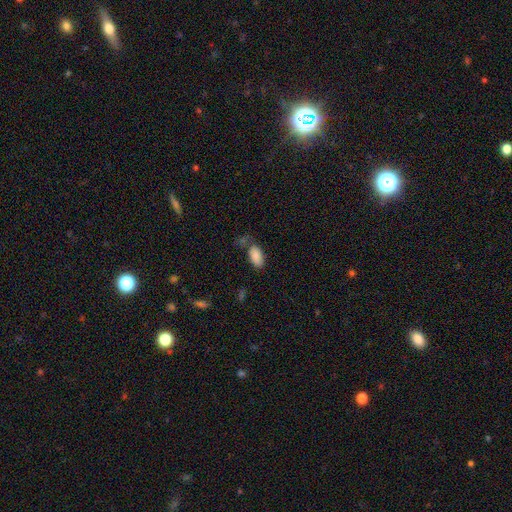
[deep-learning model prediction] This appears to be a smooth galaxy with no disk features (87%) that is in between round and cigar-shaped (95%). Merging: none (64%).